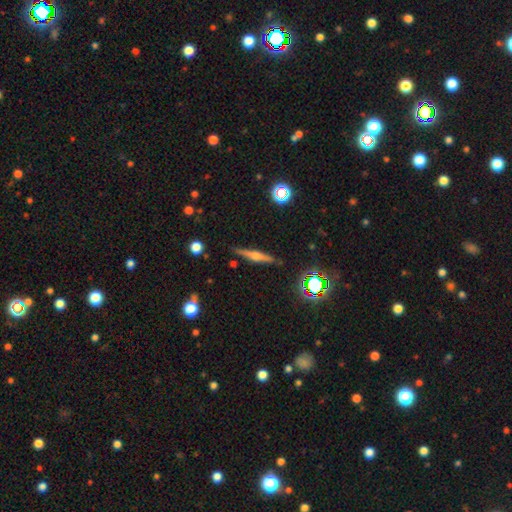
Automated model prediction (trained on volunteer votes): Smooth or featured? featured or disk (69%)
Edge-on disk? yes (97%)
Edge-on bulge? rounded (87%)
Merging? none (88%)